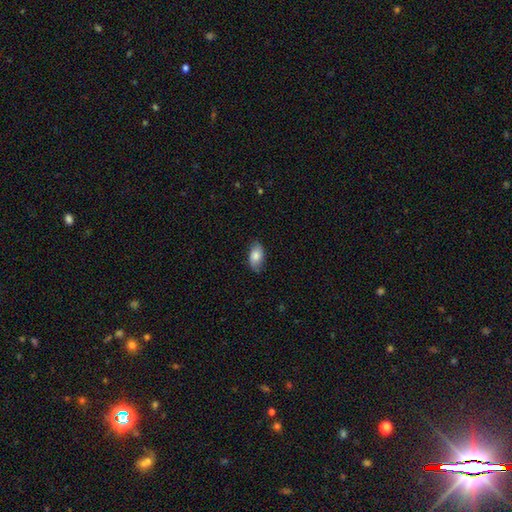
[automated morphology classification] smooth_or_featured: smooth (p=0.78) [alt: featured or disk p=0.15]
how_rounded: in between (p=0.92) [alt: round p=0.05]
merging: none (p=0.77) [alt: minor disturbance p=0.18]